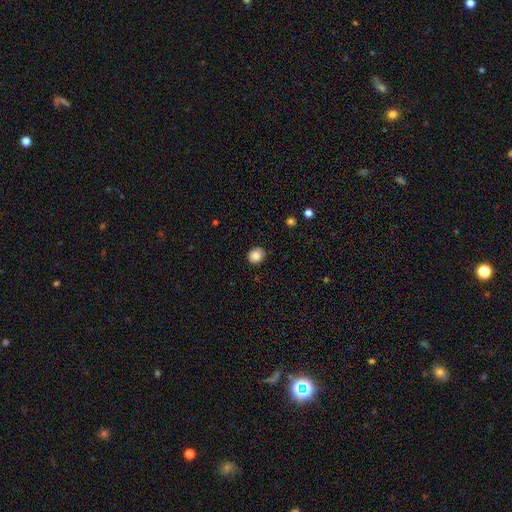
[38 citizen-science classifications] Volunteers were most divided on "how rounded": round: 69%, in between: 31%, cigar-shaped: 0%. More confident: smooth or featured — smooth (95%); merging — none (84%).